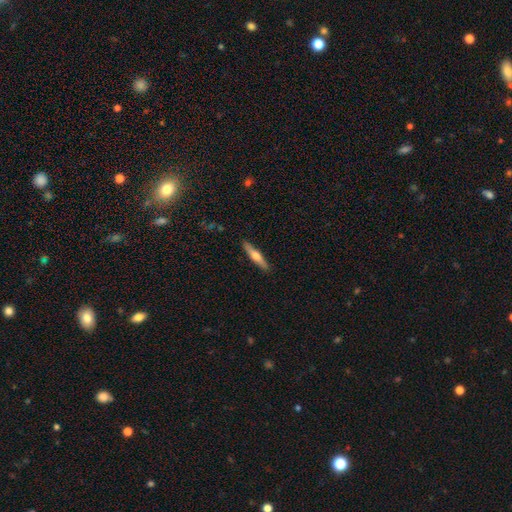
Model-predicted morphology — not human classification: Overall: featured or disk (47%, tied with smooth). Merging: none (90%).